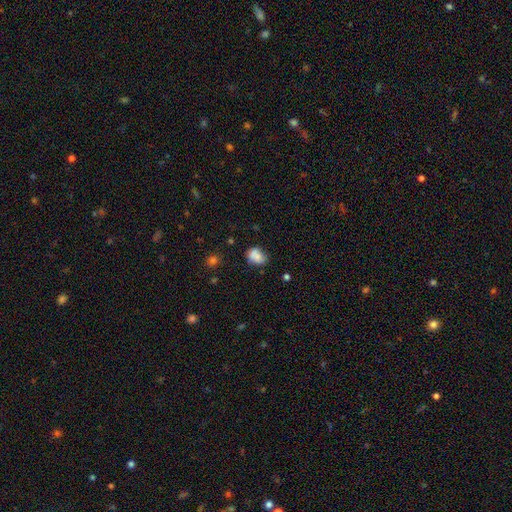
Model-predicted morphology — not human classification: Smooth or featured? smooth (73%)
How rounded? in between (63%)
Merging? none (47%)